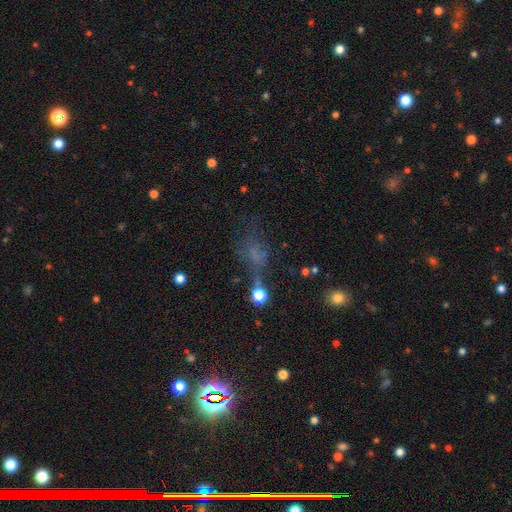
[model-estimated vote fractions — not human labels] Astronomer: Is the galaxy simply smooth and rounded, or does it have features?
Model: smooth — 42% (runner-up: star or artifact, 33%).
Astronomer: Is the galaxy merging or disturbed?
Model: none — 42% (runner-up: major disturbance, 30%).